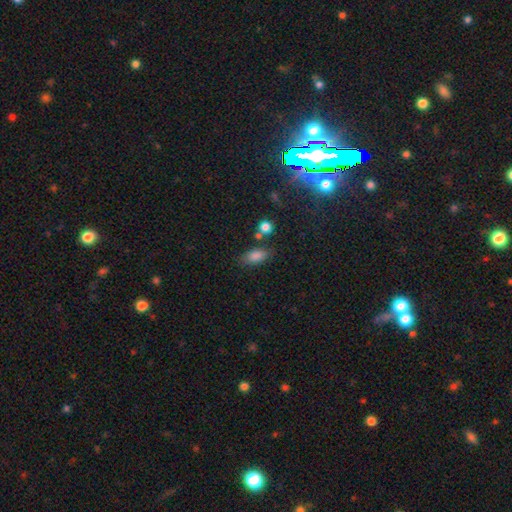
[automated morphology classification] type=smooth (82%); roundness=in between (87%); merging=none (72%).